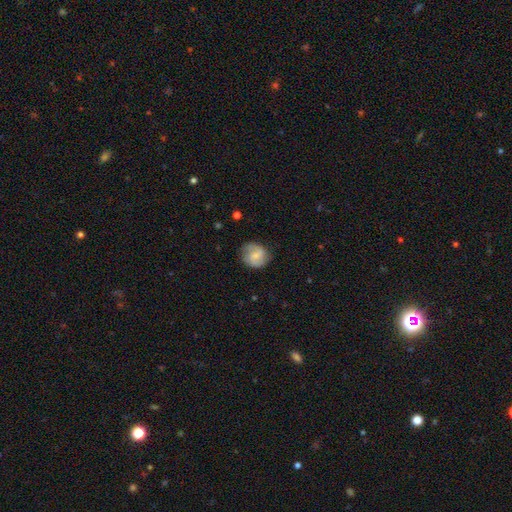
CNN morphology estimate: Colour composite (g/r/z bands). It shows a featured or disk galaxy (53%) with a weak bar (46%), spiral arms (88%) and a small central bulge (50%). Merging: none (74%).